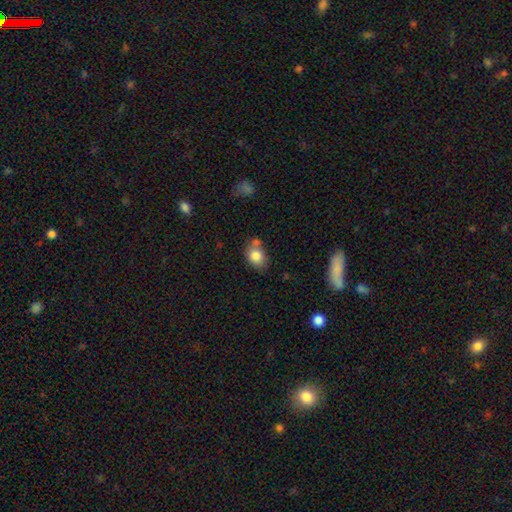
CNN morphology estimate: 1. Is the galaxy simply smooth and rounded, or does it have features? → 81% smooth, 10% featured or disk, 9% star or artifact.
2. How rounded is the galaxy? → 66% in between, 33% round, 1% cigar-shaped.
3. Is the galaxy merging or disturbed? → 56% none, 21% merger, 18% minor disturbance, 5% major disturbance.